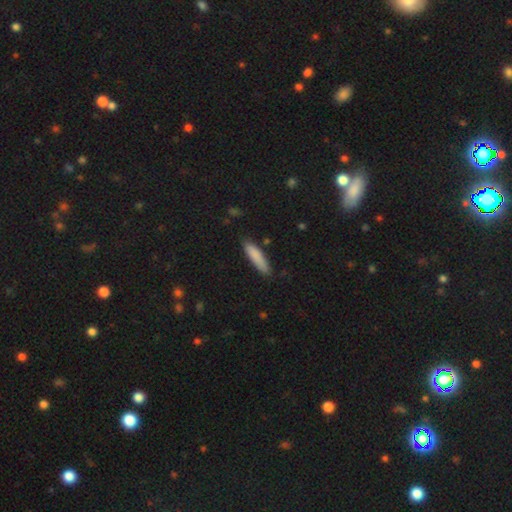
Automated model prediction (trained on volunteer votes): A smooth galaxy with no disk features (86%) that is cigar-shaped (73%). Merging: none (83%).